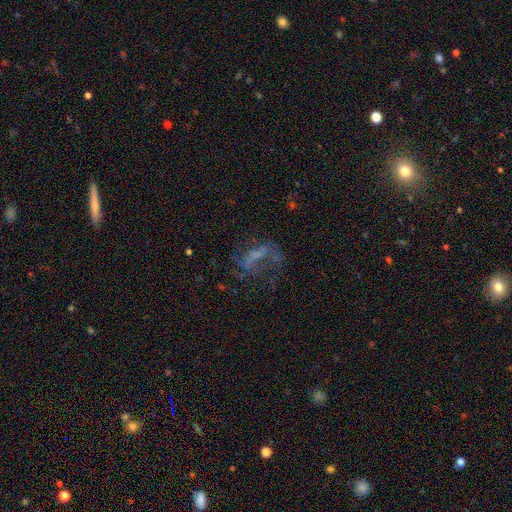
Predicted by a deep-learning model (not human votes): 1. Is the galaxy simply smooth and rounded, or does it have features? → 52% featured or disk, 25% smooth, 24% star or artifact.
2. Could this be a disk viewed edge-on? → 95% no, 5% yes.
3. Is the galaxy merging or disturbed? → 44% major disturbance, 36% none, 15% minor disturbance, 5% merger.